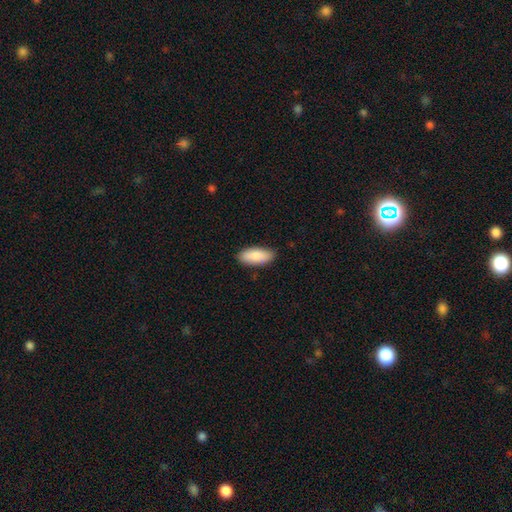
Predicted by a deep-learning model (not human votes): Q: Smooth or featured?
A: smooth (88%); runner-up: featured or disk (6%)
Q: How rounded?
A: in between (87%); runner-up: cigar-shaped (12%)
Q: Merging?
A: none (86%); runner-up: minor disturbance (11%)